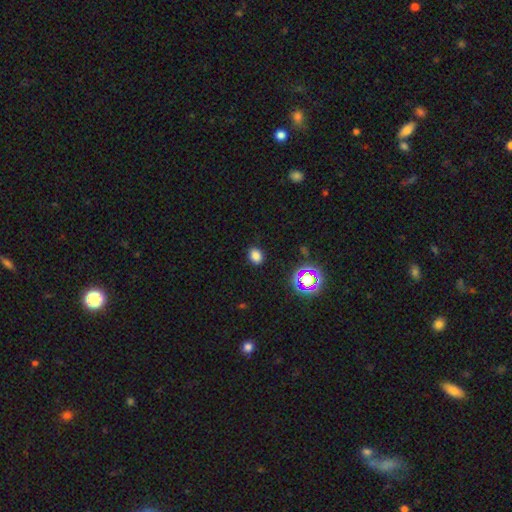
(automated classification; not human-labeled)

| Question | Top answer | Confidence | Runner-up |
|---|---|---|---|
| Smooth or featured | smooth | 78% | star or artifact (17%) |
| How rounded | in between | 54% | round (44%) |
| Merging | none | 87% | minor disturbance (9%) |